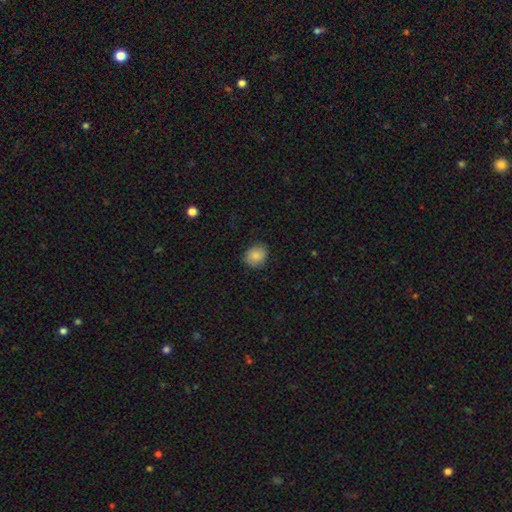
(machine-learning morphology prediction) This appears to be a smooth galaxy with no disk features (86%) that is round (63%). Merging: none (83%).